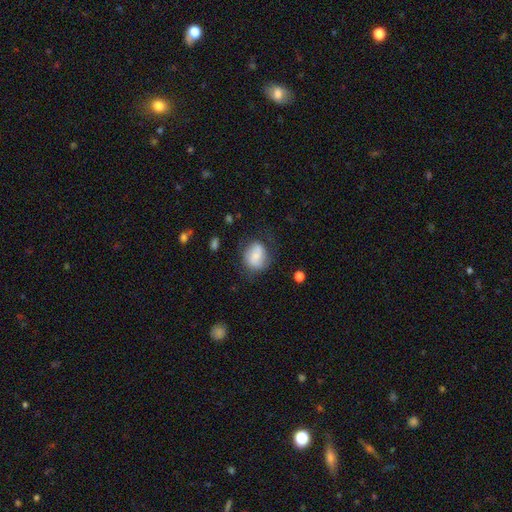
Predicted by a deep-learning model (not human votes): Smooth or featured? Predicted: smooth (p=0.61). How rounded? Predicted: round (p=0.56). Merging? Predicted: none (p=0.63).